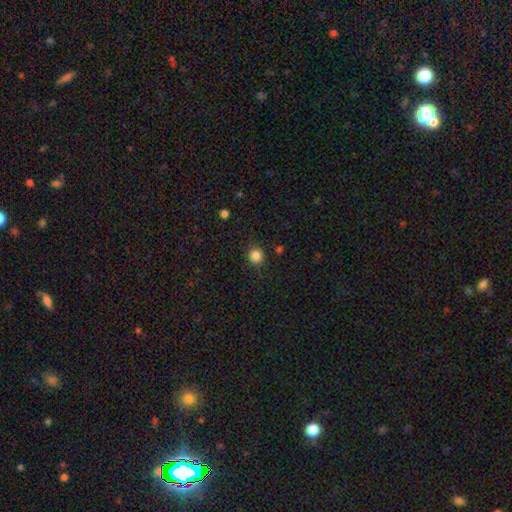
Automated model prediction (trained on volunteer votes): Smooth or featured? Predicted: smooth (p=0.85). How rounded? Predicted: round (p=0.93). Merging? Predicted: none (p=0.90).